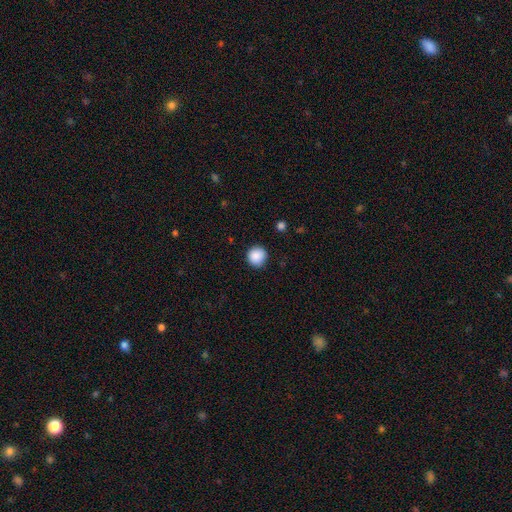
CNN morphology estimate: The model was most divided on "smooth or featured": smooth: 89%, star or artifact: 8%, featured or disk: 3%. More confident: how rounded — round (93%); merging — none (90%).